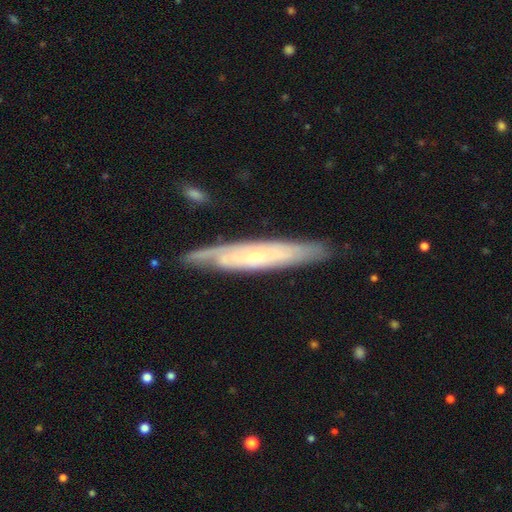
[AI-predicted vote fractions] smooth_or_featured: featured or disk (p=0.71) [alt: smooth p=0.23]
disk_edge_on: yes (p=0.53) [alt: no p=0.47]
merging: none (p=0.79) [alt: minor disturbance p=0.16]